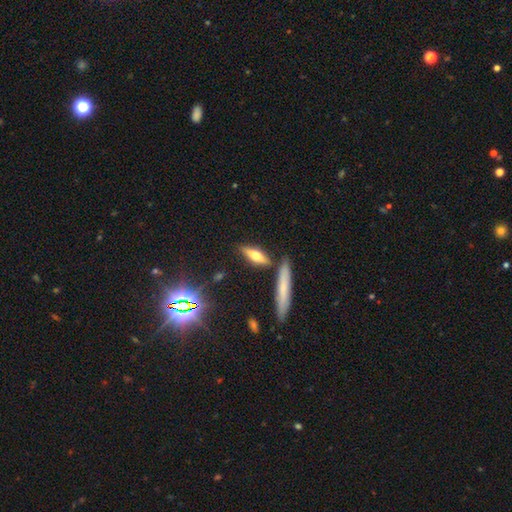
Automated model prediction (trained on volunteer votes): Smooth or featured: smooth — 53% (featured or disk — 38%)
How rounded: cigar-shaped — 61% (in between — 35%)
Merging: none — 76% (minor disturbance — 11%)